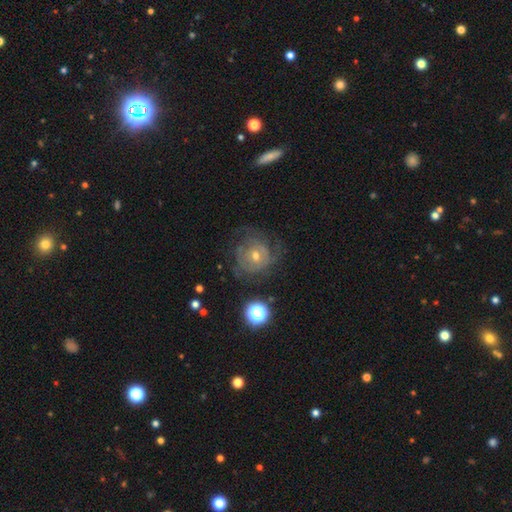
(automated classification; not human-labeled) Smooth or featured: featured or disk — 63% (smooth — 24%)
Edge-on disk: no — 97% (yes — 3%)
Bar: no — 81% (weak — 16%)
Spiral arms: yes — 73% (no — 27%)
Bulge size: moderate — 53% (small — 43%)
Merging: none — 60% (minor disturbance — 19%)